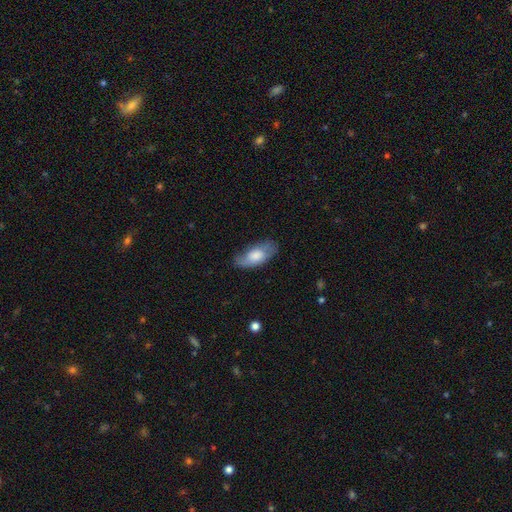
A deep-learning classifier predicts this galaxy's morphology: The model was most divided on "smooth or featured": smooth: 66%, featured or disk: 27%, star or artifact: 6%. More confident: how rounded — in between (89%); merging — none (66%).